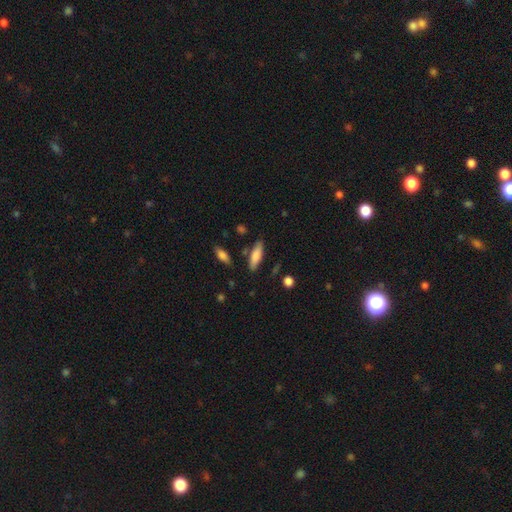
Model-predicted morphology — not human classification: Smooth or featured? Predicted: smooth (p=0.78). How rounded? Predicted: in between (p=0.50). Merging? Predicted: none (p=0.79).